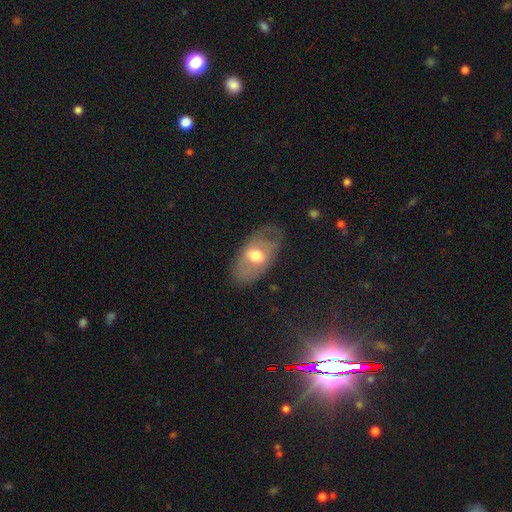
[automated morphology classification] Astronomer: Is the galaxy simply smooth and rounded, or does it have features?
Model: smooth — 48% (runner-up: featured or disk, 44%).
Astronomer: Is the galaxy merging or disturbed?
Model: none — 65%.